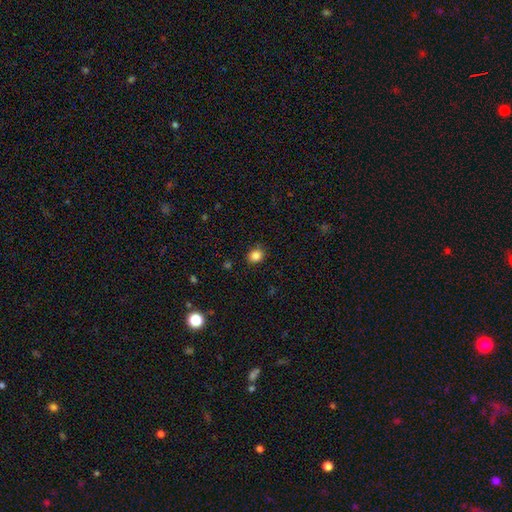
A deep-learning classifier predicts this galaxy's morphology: smooth-or-featured: smooth: 85% | star or artifact: 11% | featured or disk: 4%
  how-rounded: round: 61% | in between: 38% | cigar-shaped: 1%
  merging: none: 86% | minor disturbance: 10% | major disturbance: 2% | merger: 1%